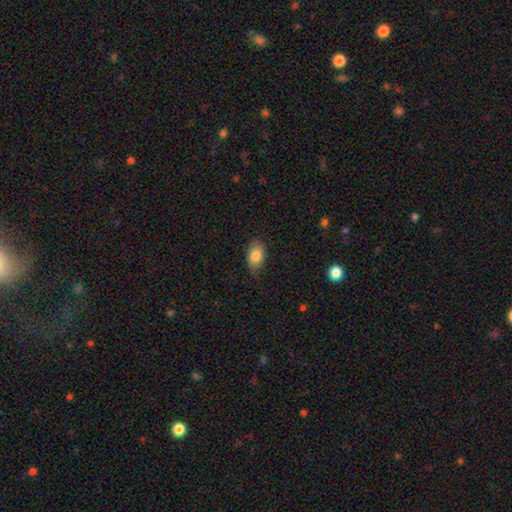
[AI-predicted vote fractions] Smooth or featured?
  - smooth: 84% *
  - featured or disk: 9%
  - star or artifact: 7%
How rounded?
  - in between: 91% *
  - round: 8%
  - cigar-shaped: 2%
Merging?
  - none: 75% *
  - minor disturbance: 20%
  - major disturbance: 4%
  - merger: 1%